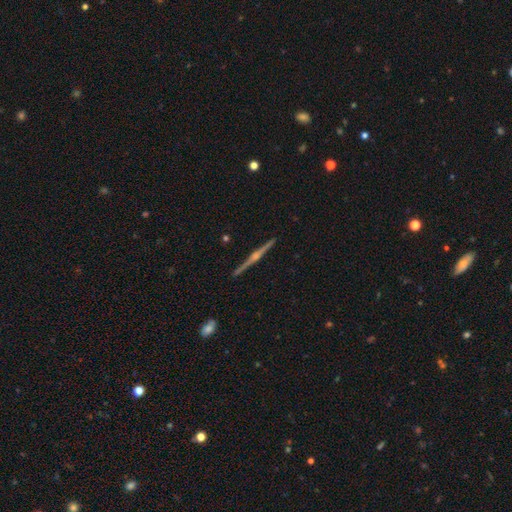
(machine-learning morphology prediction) Smooth or featured?
  - featured or disk: 88% *
  - smooth: 7%
  - star or artifact: 5%
Edge-on disk?
  - yes: 99% *
  - no: 1%
Edge-on bulge?
  - rounded: 88% *
  - boxy: 6%
  - none: 5%
Merging?
  - none: 93% *
  - minor disturbance: 5%
  - major disturbance: 1%
  - merger: 1%